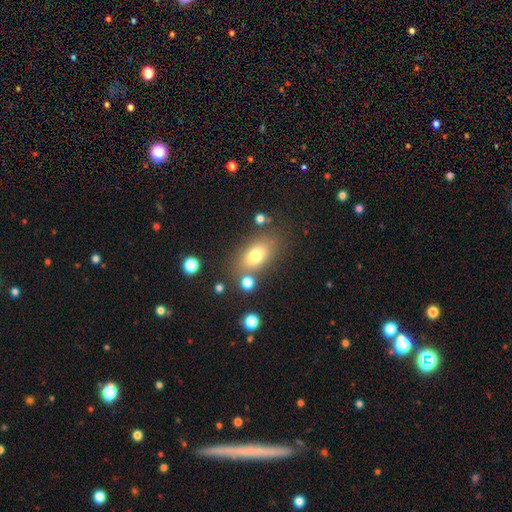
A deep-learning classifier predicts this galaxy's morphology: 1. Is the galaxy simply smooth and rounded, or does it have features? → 75% smooth, 14% featured or disk, 11% star or artifact.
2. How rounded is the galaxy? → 82% in between, 14% round, 4% cigar-shaped.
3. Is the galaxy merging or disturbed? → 73% none, 13% minor disturbance, 9% merger, 6% major disturbance.